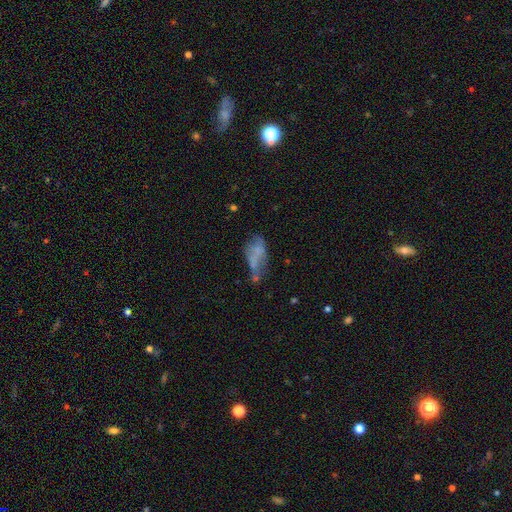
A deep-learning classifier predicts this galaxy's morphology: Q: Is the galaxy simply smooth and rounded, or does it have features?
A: smooth — 44%.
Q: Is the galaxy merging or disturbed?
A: none — 32%.